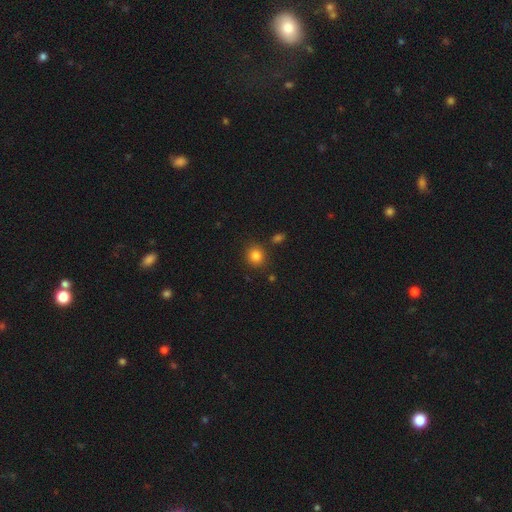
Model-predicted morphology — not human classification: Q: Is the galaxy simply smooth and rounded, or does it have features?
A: smooth — 83%.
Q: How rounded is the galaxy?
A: round — 84%.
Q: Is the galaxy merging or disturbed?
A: none — 85%.